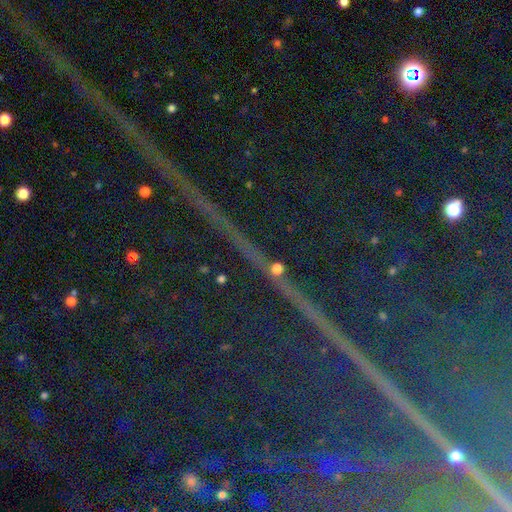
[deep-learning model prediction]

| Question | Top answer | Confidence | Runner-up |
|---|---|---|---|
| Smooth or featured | star or artifact | 88% | featured or disk (7%) |